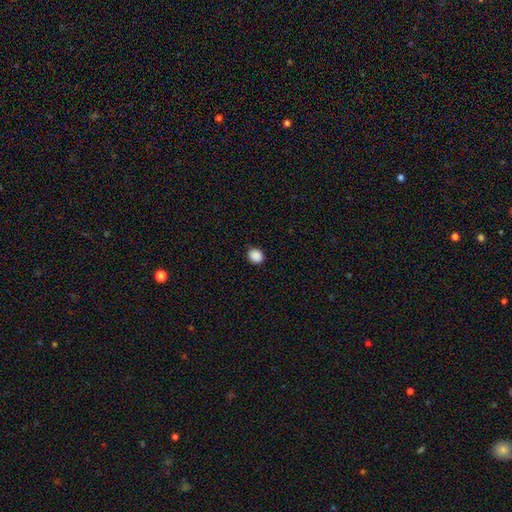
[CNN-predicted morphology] smooth_or_featured: smooth (p=0.89) [alt: star or artifact p=0.09]
how_rounded: round (p=0.66) [alt: in between p=0.33]
merging: none (p=0.89) [alt: minor disturbance p=0.08]